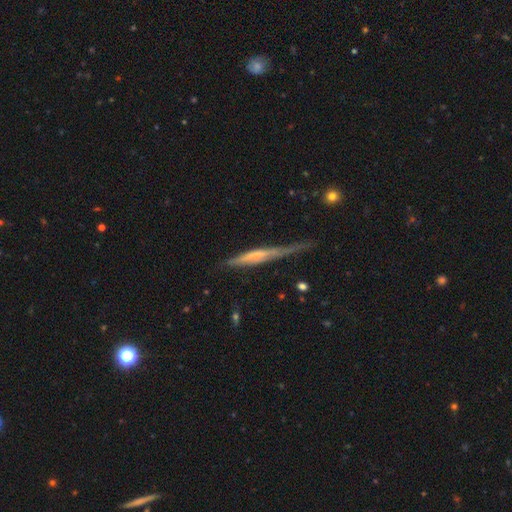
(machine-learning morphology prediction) Overall: featured or disk (52%; smooth 42%). Edge-on disk: yes (91%). Merging: none (43%; minor disturbance 35%).